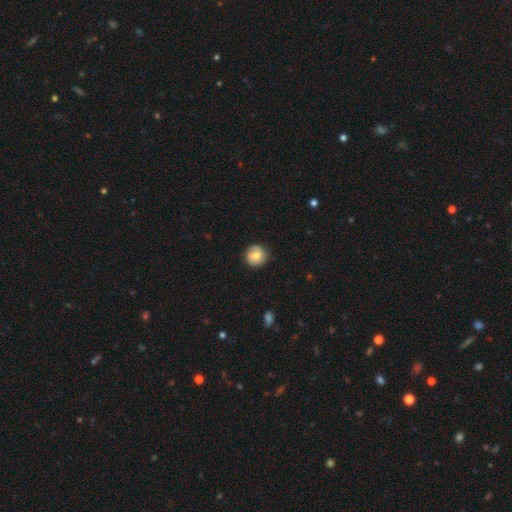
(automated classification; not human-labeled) This is likely a smooth galaxy (66%). How rounded: clearly round (93%). Merging: clearly none (82%).